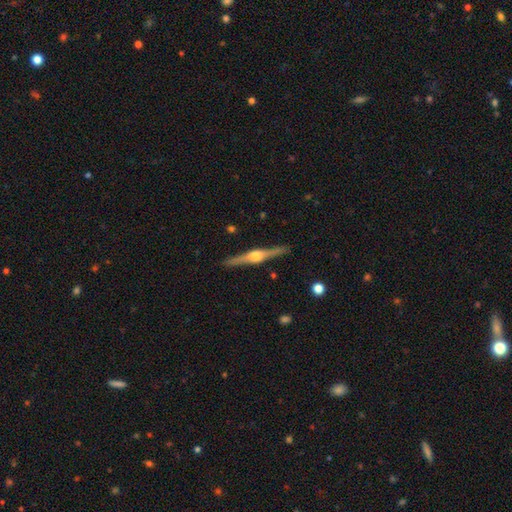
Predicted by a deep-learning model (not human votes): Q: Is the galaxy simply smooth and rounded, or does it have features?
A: featured or disk — 83%.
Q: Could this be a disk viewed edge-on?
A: yes — 98%.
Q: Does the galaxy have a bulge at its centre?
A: rounded — 92%.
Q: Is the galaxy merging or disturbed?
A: none — 91%.